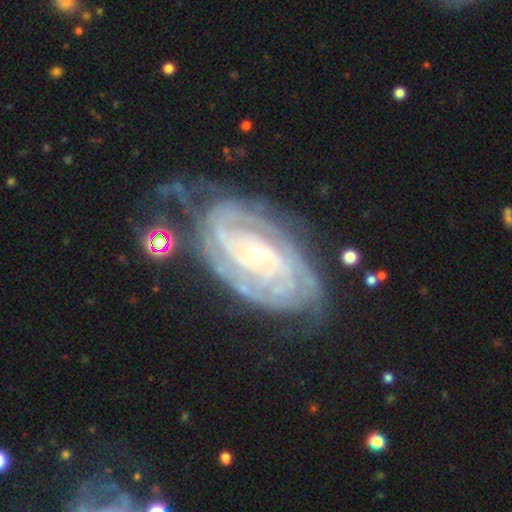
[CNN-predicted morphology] Overall: featured or disk (91%). Edge-on disk: no (96%). Bar: no (64%). Spiral arms: yes (98%). Spiral arm count: can't tell (26%; 3 20%). Spiral winding: tight (81%). Bulge size: small (65%; moderate 32%). Merging: none (65%).